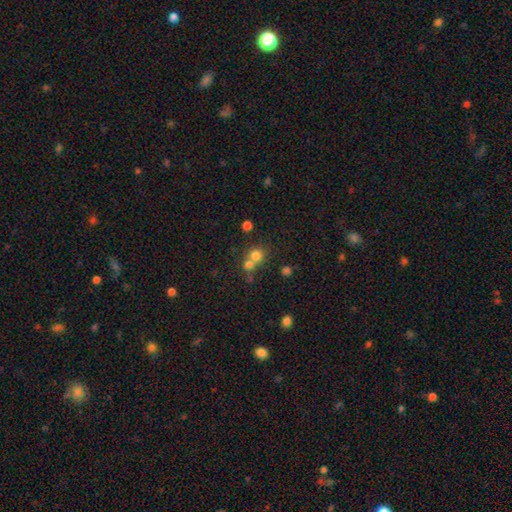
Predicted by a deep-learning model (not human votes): A smooth galaxy with no disk features (73%) that is round (86%). Merging: merger (48%).